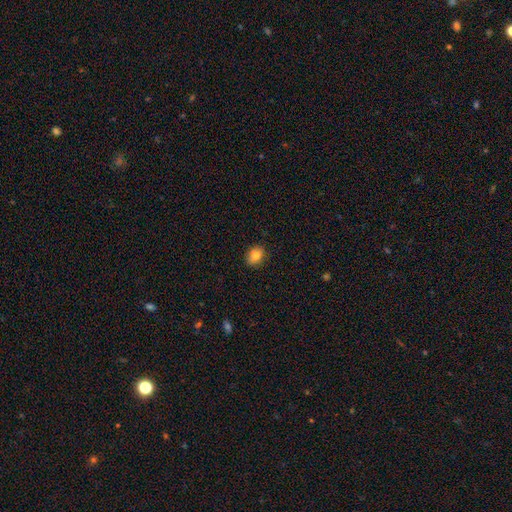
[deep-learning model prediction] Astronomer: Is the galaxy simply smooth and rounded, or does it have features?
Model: smooth — 80%.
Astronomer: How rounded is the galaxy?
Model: in between — 65%.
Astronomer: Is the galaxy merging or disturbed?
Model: none — 88%.